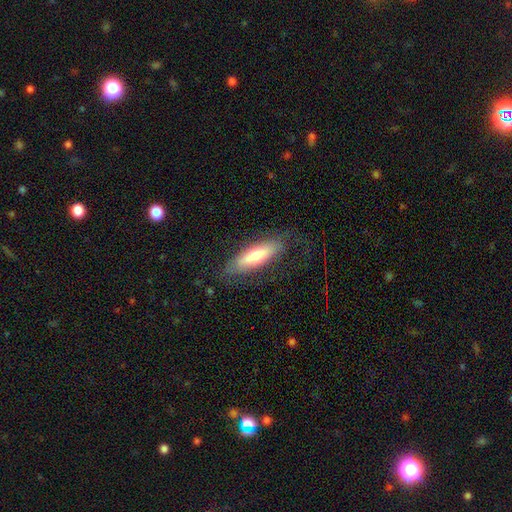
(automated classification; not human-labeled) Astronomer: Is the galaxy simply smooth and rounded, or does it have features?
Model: smooth — 61%.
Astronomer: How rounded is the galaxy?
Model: cigar-shaped — 53% (runner-up: in between, 46%).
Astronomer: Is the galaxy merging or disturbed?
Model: none — 73%.